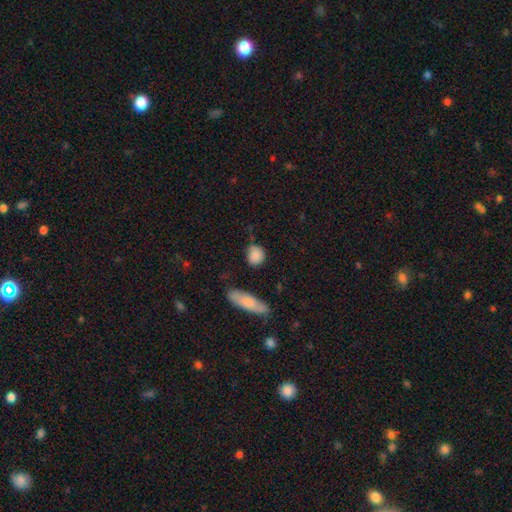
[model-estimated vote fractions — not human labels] Smooth or featured? Predicted: smooth (p=0.84). How rounded? Predicted: round (p=0.67). Merging? Predicted: none (p=0.63).